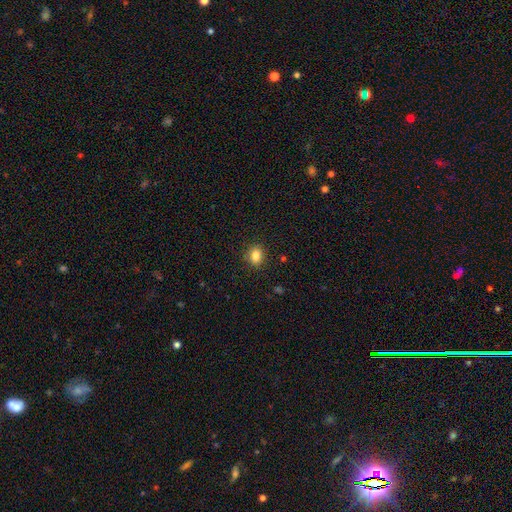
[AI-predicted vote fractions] Smooth or featured? smooth (84%)
How rounded? in between (53%)
Merging? none (86%)